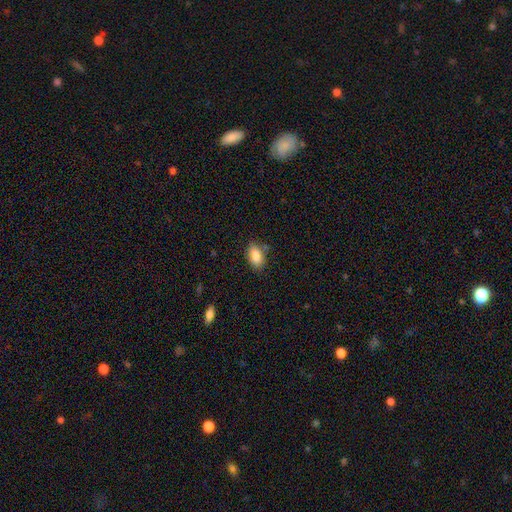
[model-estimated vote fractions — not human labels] The model was most divided on "merging": none: 80%, minor disturbance: 14%, major disturbance: 3%, merger: 3%. More confident: how rounded — in between (90%); smooth or featured — smooth (87%).